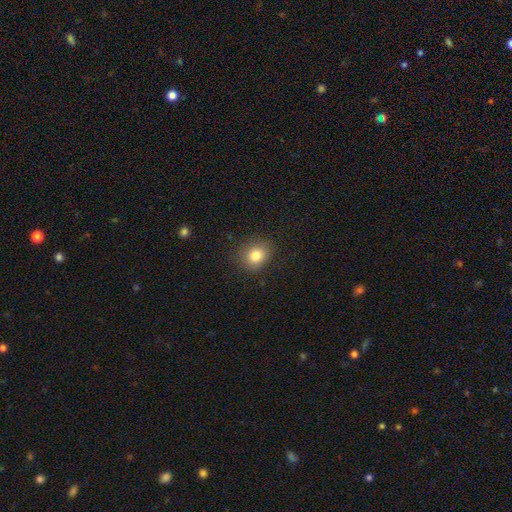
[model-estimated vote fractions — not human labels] Q: Smooth or featured?
A: smooth (82%); runner-up: star or artifact (11%)
Q: How rounded?
A: round (68%); runner-up: in between (31%)
Q: Merging?
A: none (84%); runner-up: minor disturbance (11%)